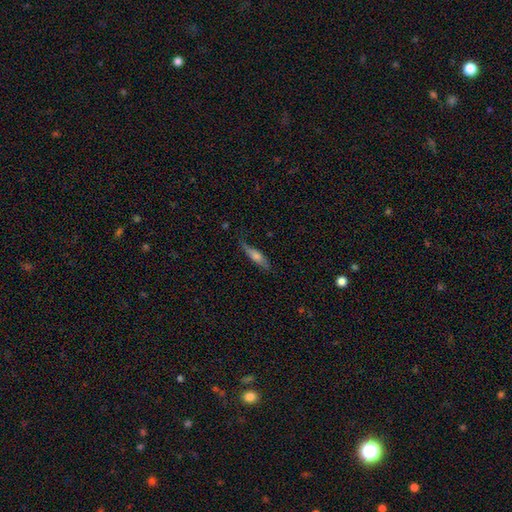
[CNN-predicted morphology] smooth-or-featured: featured or disk: 49% | smooth: 42% | star or artifact: 9%
  merging: none: 70% | minor disturbance: 22% | major disturbance: 6% | merger: 2%